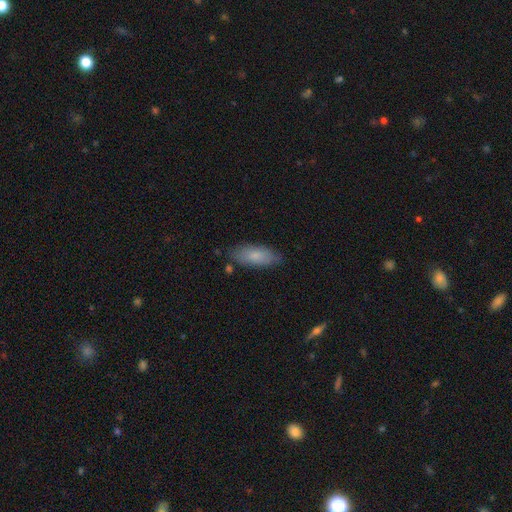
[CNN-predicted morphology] Smooth or featured: smooth — 80% (featured or disk — 13%)
How rounded: in between — 79% (cigar-shaped — 20%)
Merging: none — 77% (minor disturbance — 17%)